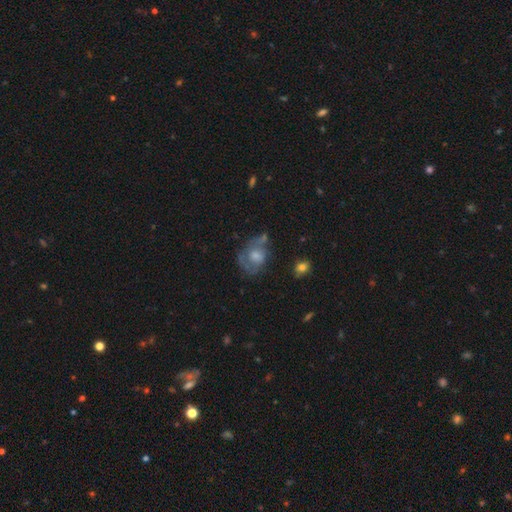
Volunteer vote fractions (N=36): A smooth galaxy with no disk features (50%) that is in between round and cigar-shaped (56%). Merging: major disturbance (54%).